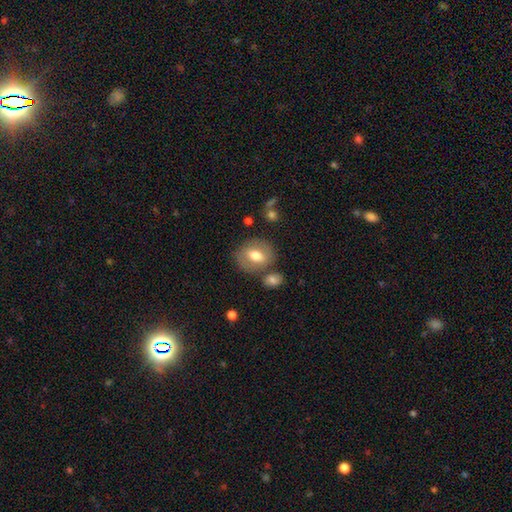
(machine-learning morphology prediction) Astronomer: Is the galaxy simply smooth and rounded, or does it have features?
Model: smooth — 63%.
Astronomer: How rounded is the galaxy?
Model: in between — 50% (runner-up: round, 49%).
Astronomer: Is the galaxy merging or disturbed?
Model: none — 72%.